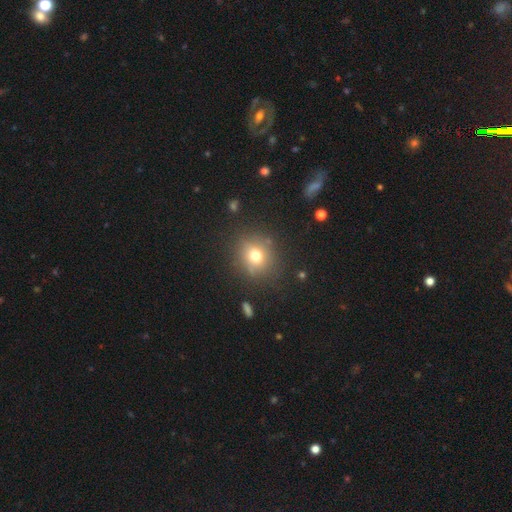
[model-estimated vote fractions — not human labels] Smooth or featured?
  - smooth: 71% *
  - star or artifact: 16%
  - featured or disk: 12%
How rounded?
  - round: 83% *
  - in between: 16%
  - cigar-shaped: 1%
Merging?
  - none: 83% *
  - minor disturbance: 11%
  - major disturbance: 4%
  - merger: 2%